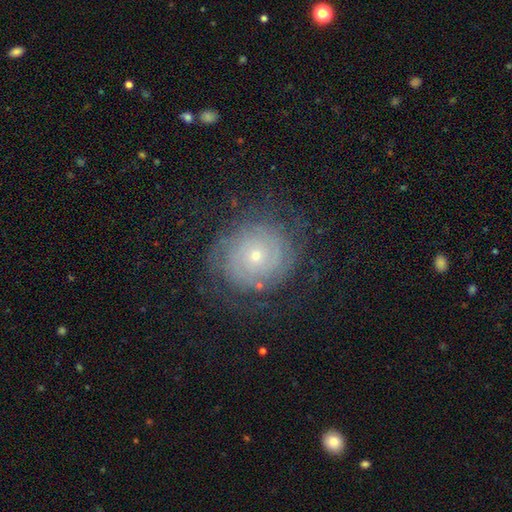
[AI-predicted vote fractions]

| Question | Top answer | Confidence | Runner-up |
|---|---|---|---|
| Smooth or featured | featured or disk | 71% | smooth (19%) |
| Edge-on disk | no | 97% | yes (3%) |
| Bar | no | 84% | weak (13%) |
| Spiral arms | yes | 89% | no (11%) |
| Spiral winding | tight | 80% | medium (15%) |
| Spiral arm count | can't tell | 47% | 2 (23%) |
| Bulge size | small | 74% | moderate (23%) |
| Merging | none | 76% | minor disturbance (14%) |